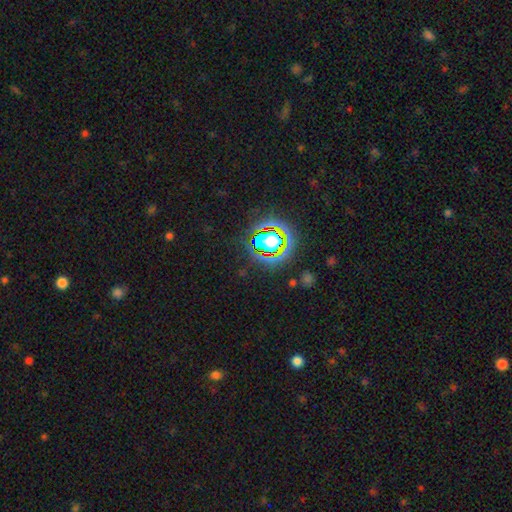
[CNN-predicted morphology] This appears to be a star or artifact, not a galaxy (77%).